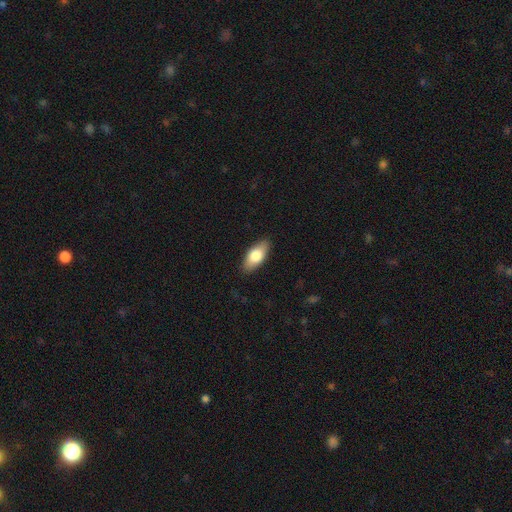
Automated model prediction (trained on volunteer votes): smooth-or-featured: smooth: 76% | featured or disk: 18% | star or artifact: 6%
  how-rounded: in between: 86% | cigar-shaped: 11% | round: 3%
  merging: none: 87% | minor disturbance: 10% | major disturbance: 2% | merger: 1%